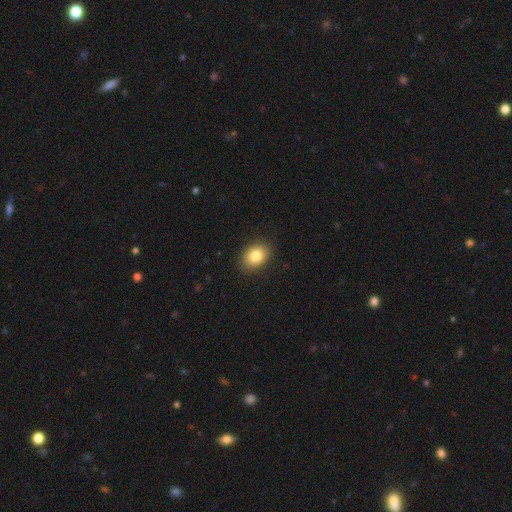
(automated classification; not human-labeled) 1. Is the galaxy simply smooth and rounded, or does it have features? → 83% smooth, 9% star or artifact, 8% featured or disk.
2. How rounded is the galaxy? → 72% in between, 27% round, 1% cigar-shaped.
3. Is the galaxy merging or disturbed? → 87% none, 9% minor disturbance, 2% major disturbance, 1% merger.